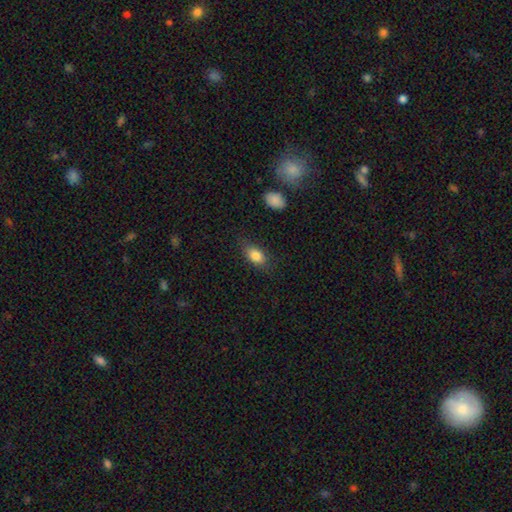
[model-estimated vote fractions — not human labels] Morphology: type=smooth (83%); roundness=in between (85%); merging=none (75%).